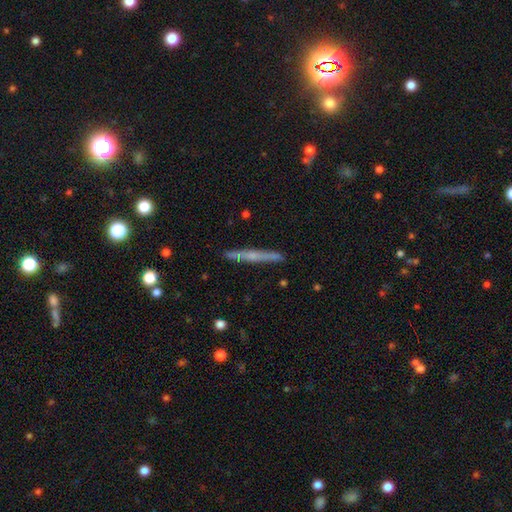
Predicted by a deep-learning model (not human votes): A featured or disk galaxy (57%) viewed edge-on (96%) with no central bulge (47%).

Vote fractions:
- Smooth or featured? featured or disk: 57% / smooth: 37% / star or artifact: 6%
- Edge-on disk? yes: 96% / no: 4%
- Edge-on bulge? none: 47% / rounded: 46% / boxy: 7%
- Merging? none: 89% / minor disturbance: 8% / major disturbance: 2% / merger: 2%